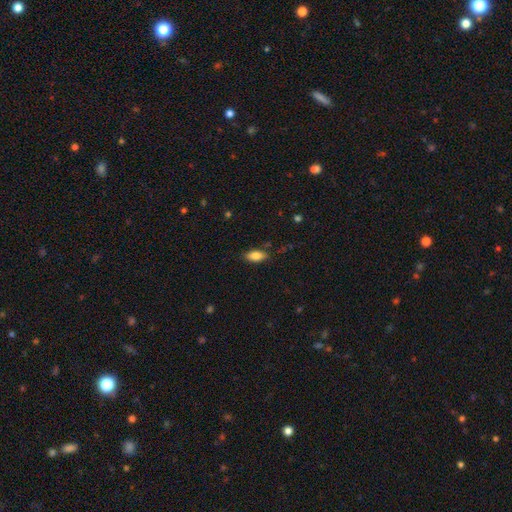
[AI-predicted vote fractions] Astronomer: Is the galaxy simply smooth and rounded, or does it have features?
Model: smooth — 83%.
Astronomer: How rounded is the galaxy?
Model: in between — 89%.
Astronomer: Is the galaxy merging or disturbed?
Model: none — 82%.